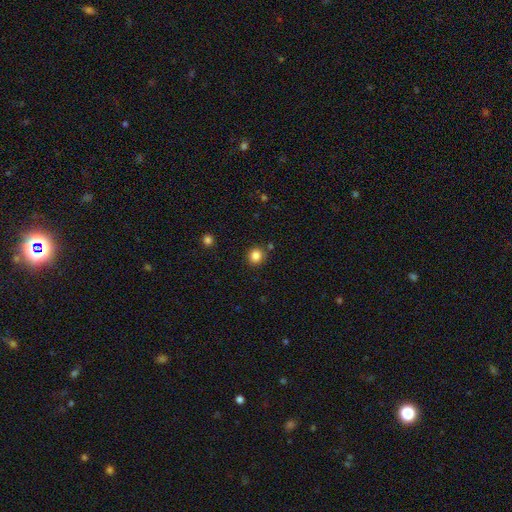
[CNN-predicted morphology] A smooth galaxy with no disk features (85%) that is round (87%). Merging: none (84%).